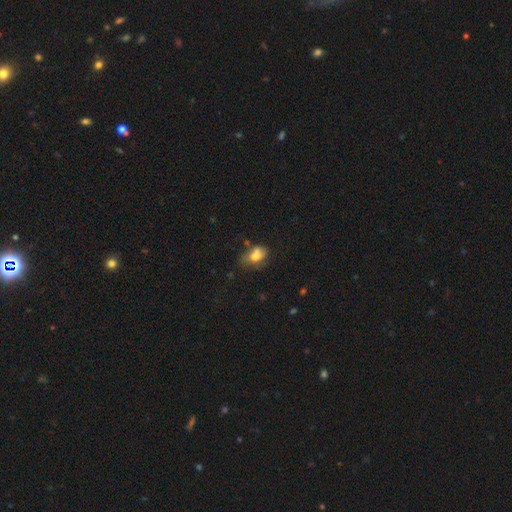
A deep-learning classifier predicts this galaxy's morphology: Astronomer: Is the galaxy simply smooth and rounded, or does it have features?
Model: smooth — 68%.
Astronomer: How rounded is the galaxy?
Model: in between — 75%.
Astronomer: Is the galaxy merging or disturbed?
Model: none — 36% (runner-up: minor disturbance, 27%).